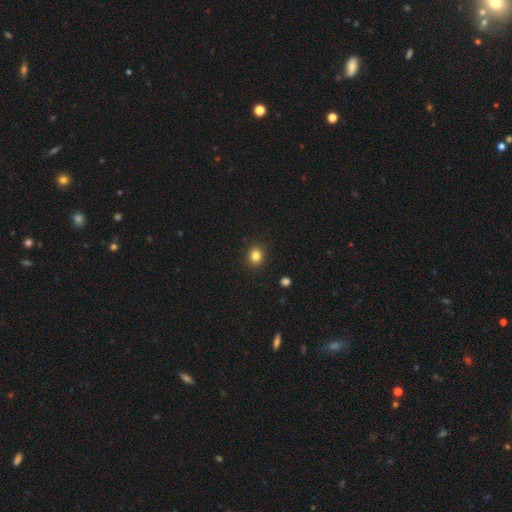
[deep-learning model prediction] smooth 83%, star or artifact 11%, featured or disk 6%. Down the decision tree: how rounded — round (68%); merging — none (91%).